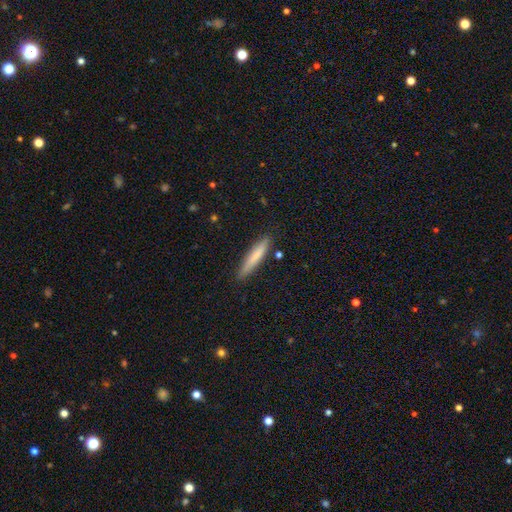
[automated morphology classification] Q: Smooth or featured?
A: smooth (74%); runner-up: featured or disk (20%)
Q: How rounded?
A: cigar-shaped (91%); runner-up: in between (8%)
Q: Merging?
A: none (86%); runner-up: minor disturbance (10%)